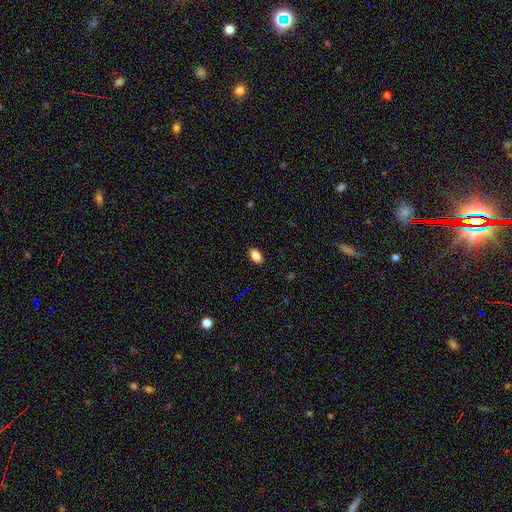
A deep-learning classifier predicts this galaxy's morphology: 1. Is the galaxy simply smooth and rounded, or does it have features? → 85% smooth, 9% star or artifact, 6% featured or disk.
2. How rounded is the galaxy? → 91% in between, 5% round, 4% cigar-shaped.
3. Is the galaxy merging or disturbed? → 89% none, 8% minor disturbance, 2% major disturbance, 1% merger.